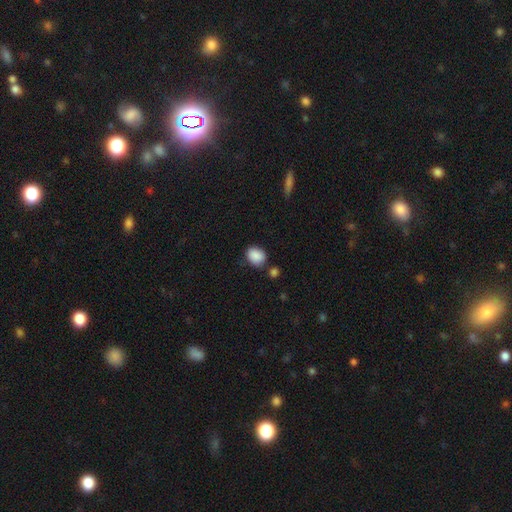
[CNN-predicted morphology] A smooth galaxy with no disk features (88%) that is in between round and cigar-shaped (62%). Merging: none (71%).